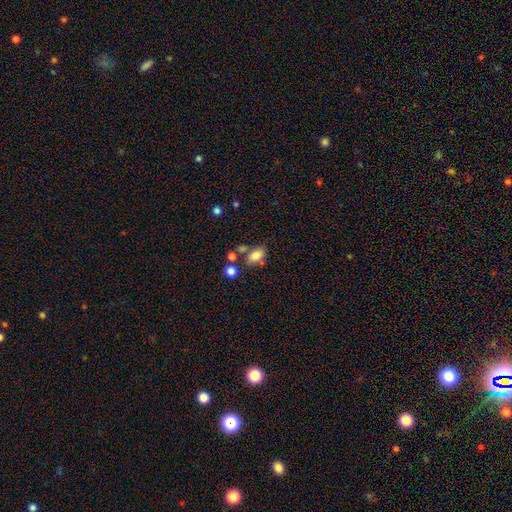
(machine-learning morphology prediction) smooth 81%, star or artifact 10%, featured or disk 9%. Down the decision tree: how rounded — in between (85%); merging — none (64%).